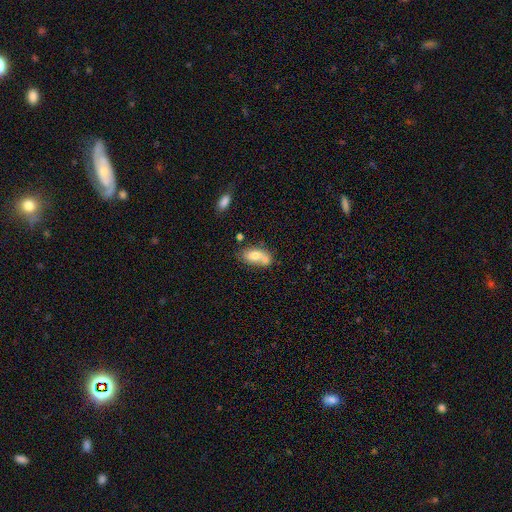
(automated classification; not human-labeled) Smooth or featured?
  - smooth: 71% *
  - featured or disk: 21%
  - star or artifact: 8%
How rounded?
  - in between: 86% *
  - round: 10%
  - cigar-shaped: 5%
Merging?
  - merger: 50% *
  - none: 33%
  - minor disturbance: 12%
  - major disturbance: 5%